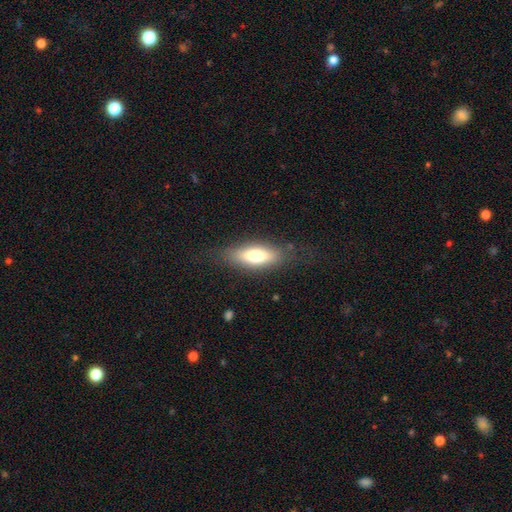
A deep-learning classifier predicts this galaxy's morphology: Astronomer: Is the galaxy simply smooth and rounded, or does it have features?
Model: smooth — 70%.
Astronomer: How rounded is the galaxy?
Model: in between — 71%.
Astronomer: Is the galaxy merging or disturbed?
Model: none — 78%.